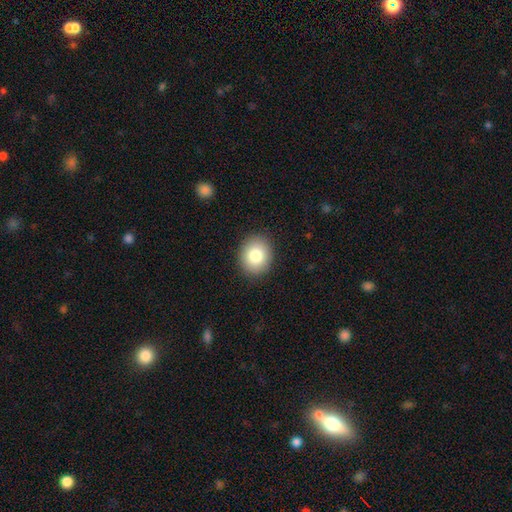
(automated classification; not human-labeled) A smooth galaxy with no disk features (82%) that is round (69%).

Vote fractions:
- Smooth or featured? smooth: 82% / featured or disk: 9% / star or artifact: 9%
- How rounded? round: 69% / in between: 30% / cigar-shaped: 1%
- Merging? none: 90% / minor disturbance: 7% / major disturbance: 2% / merger: 1%